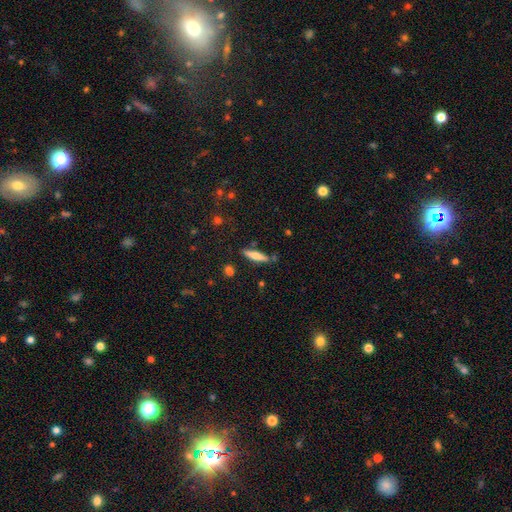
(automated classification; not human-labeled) Overall: smooth (66%; featured or disk 27%). How rounded: cigar-shaped (76%). Merging: none (80%).